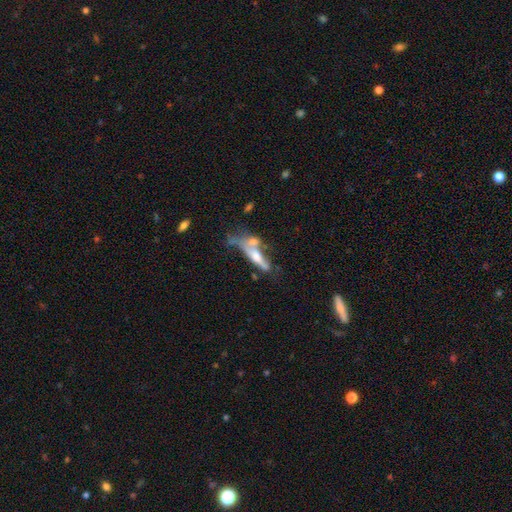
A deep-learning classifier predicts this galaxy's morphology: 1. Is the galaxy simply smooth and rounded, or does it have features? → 57% featured or disk, 34% smooth, 10% star or artifact.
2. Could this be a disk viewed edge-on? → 64% yes, 36% no.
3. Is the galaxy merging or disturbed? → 34% merger, 26% none, 21% major disturbance, 19% minor disturbance.